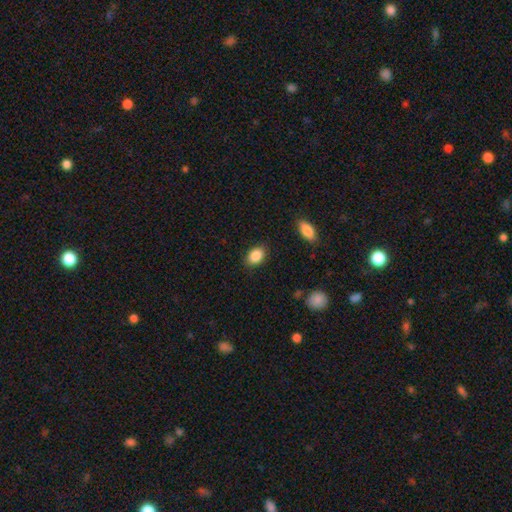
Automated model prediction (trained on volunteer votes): smooth-or-featured: smooth: 88% | star or artifact: 8% | featured or disk: 4%
  how-rounded: in between: 78% | round: 21% | cigar-shaped: 1%
  merging: none: 85% | minor disturbance: 11% | major disturbance: 3% | merger: 1%